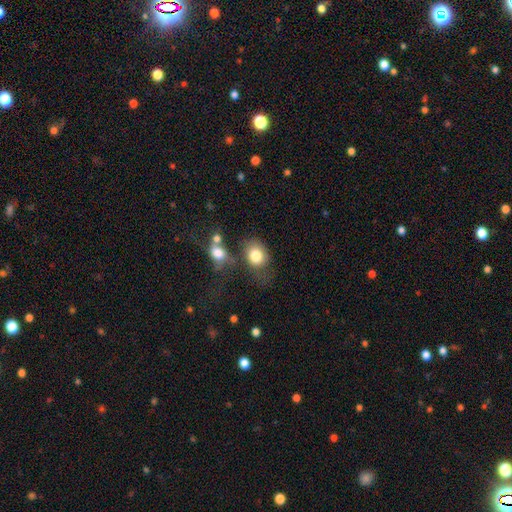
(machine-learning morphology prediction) smooth 81%, featured or disk 11%, star or artifact 9%. Down the decision tree: how rounded — round (52%); merging — none (46%).